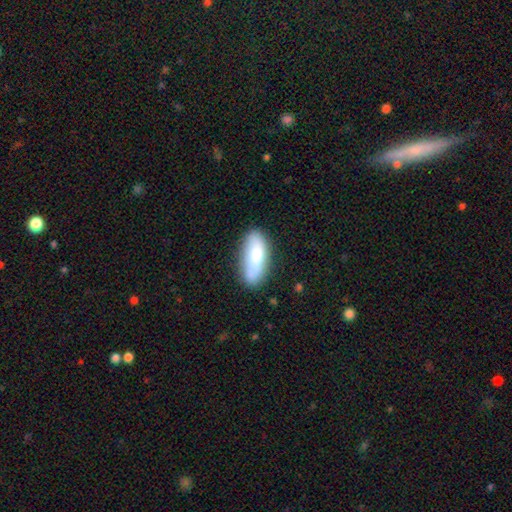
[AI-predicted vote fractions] smooth_or_featured: smooth (p=0.75) [alt: featured or disk p=0.18]
how_rounded: in between (p=0.76) [alt: cigar-shaped p=0.22]
merging: none (p=0.72) [alt: minor disturbance p=0.19]